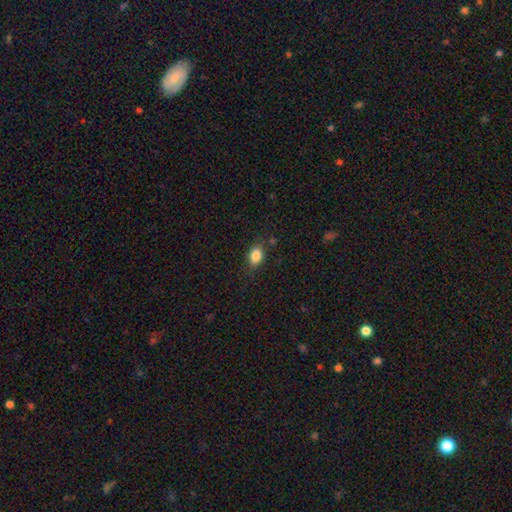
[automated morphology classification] Q: Smooth or featured?
A: smooth (84%); runner-up: star or artifact (9%)
Q: How rounded?
A: in between (75%); runner-up: round (23%)
Q: Merging?
A: none (82%); runner-up: minor disturbance (13%)